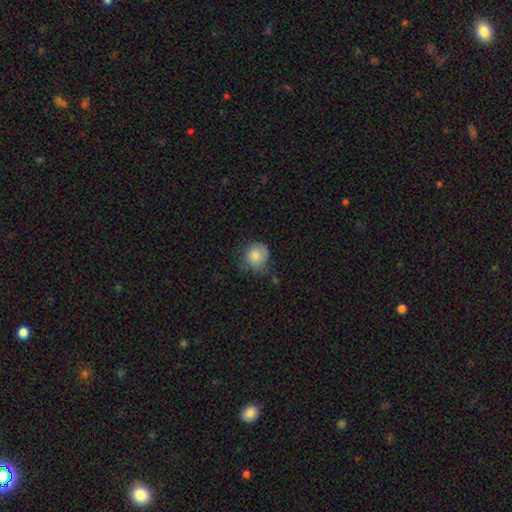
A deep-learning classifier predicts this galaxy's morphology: smooth 80%, featured or disk 11%, star or artifact 8%. Down the decision tree: how rounded — round (82%); merging — none (52%).